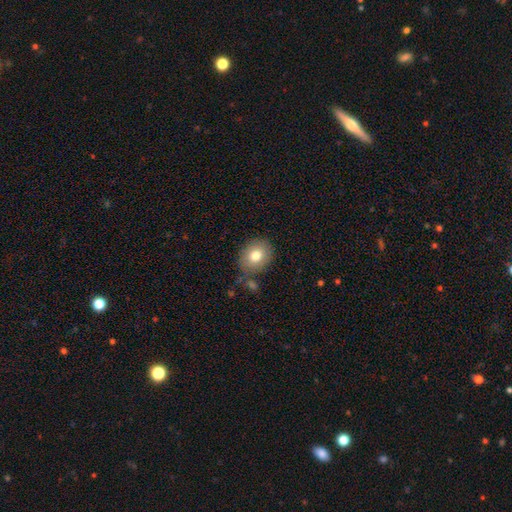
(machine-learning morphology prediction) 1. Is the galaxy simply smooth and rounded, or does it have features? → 78% smooth, 13% featured or disk, 9% star or artifact.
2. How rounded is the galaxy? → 58% round, 41% in between, 1% cigar-shaped.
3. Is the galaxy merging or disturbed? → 76% none, 14% minor disturbance, 6% merger, 4% major disturbance.